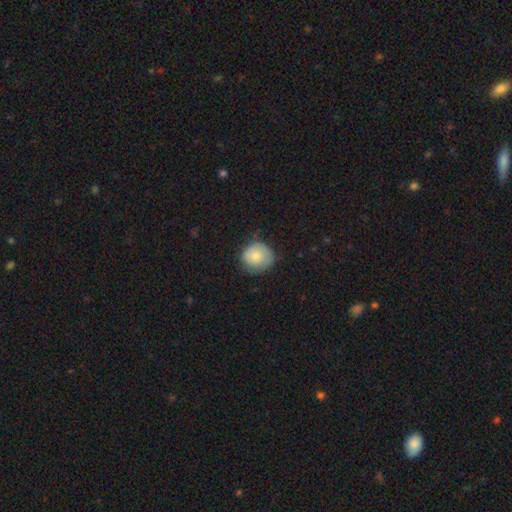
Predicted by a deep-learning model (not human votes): smooth_or_featured: smooth (p=0.80) [alt: featured or disk p=0.13]
how_rounded: round (p=0.84) [alt: in between p=0.15]
merging: none (p=0.71) [alt: minor disturbance p=0.23]